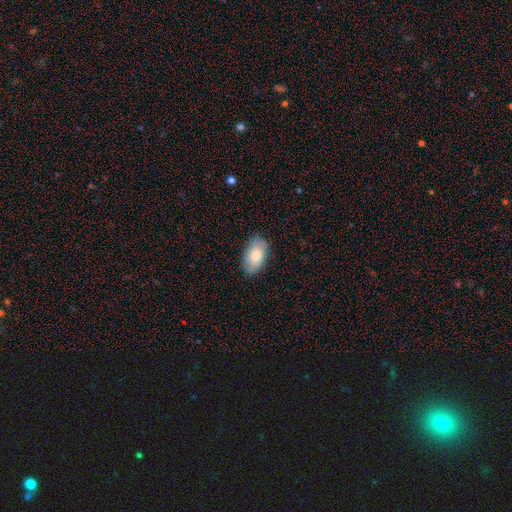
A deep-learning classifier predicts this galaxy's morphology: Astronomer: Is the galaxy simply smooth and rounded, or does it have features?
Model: smooth — 79%.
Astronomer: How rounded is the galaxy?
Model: in between — 93%.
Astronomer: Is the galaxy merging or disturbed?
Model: none — 82%.